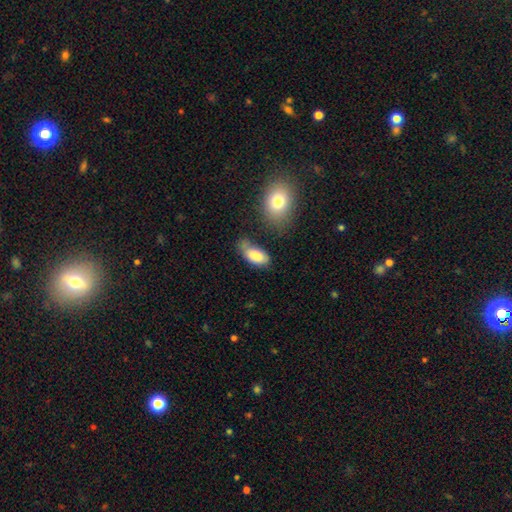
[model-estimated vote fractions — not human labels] A smooth galaxy with no disk features (83%) that is in between round and cigar-shaped (92%).

Vote fractions:
- Smooth or featured? smooth: 83% / featured or disk: 10% / star or artifact: 7%
- How rounded? in between: 92% / cigar-shaped: 5% / round: 3%
- Merging? none: 43% / minor disturbance: 32% / major disturbance: 13% / merger: 11%